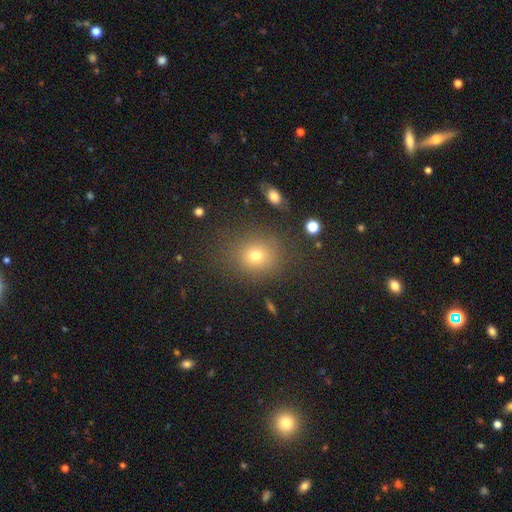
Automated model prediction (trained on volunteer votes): The model was most divided on "smooth or featured": smooth: 71%, star or artifact: 20%, featured or disk: 10%. More confident: merging — none (83%); how rounded — round (76%).